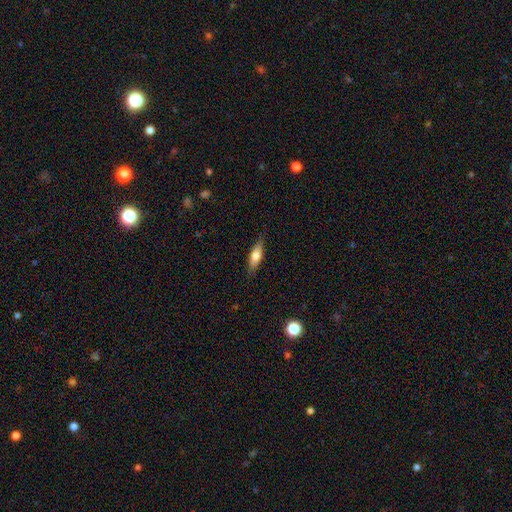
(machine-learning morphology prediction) smooth_or_featured: smooth (p=0.62) [alt: featured or disk p=0.31]
how_rounded: in between (p=0.49) [alt: cigar-shaped p=0.48]
merging: none (p=0.85) [alt: minor disturbance p=0.11]